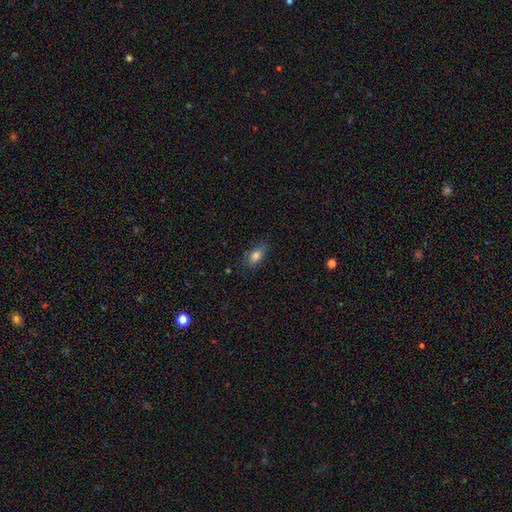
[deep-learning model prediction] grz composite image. It shows a smooth galaxy with no disk features (83%) that is in between round and cigar-shaped (87%). Merging: none (78%).